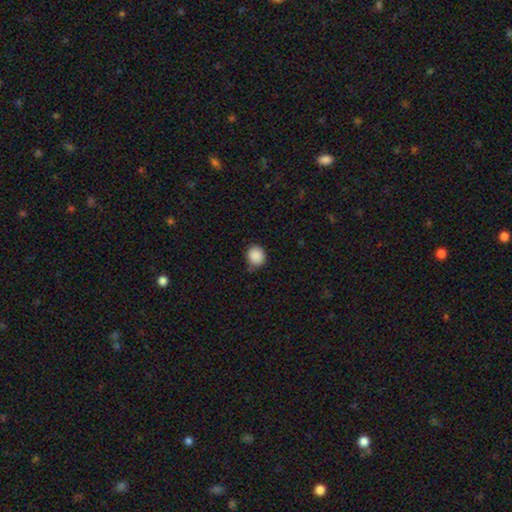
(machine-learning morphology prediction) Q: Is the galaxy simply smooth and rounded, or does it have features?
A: smooth — 89%.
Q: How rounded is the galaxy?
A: round — 80%.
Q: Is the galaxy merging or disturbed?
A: none — 75%.